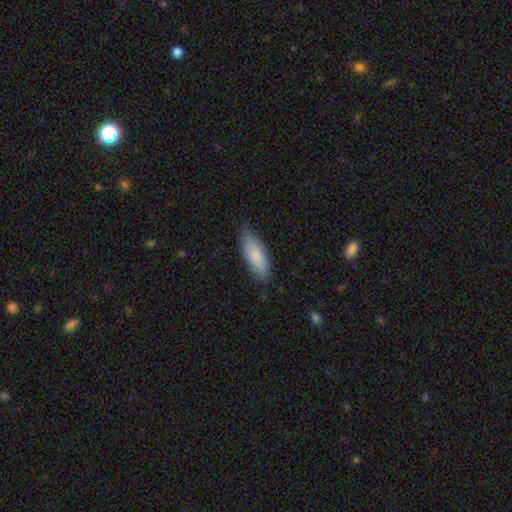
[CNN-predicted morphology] type=smooth (83%); roundness=in between (65%); merging=none (77%).